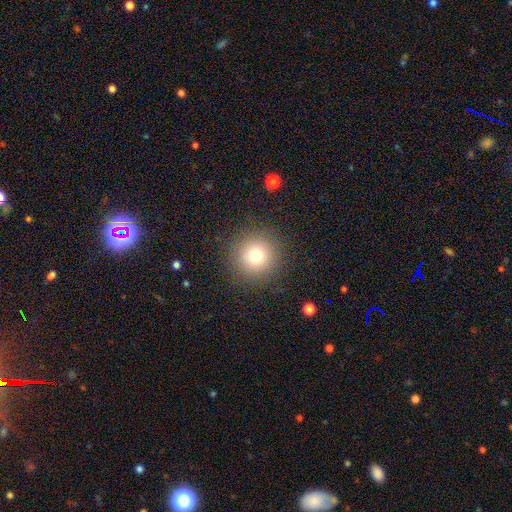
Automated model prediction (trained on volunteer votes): Smooth or featured? smooth (75%)
How rounded? round (95%)
Merging? none (89%)